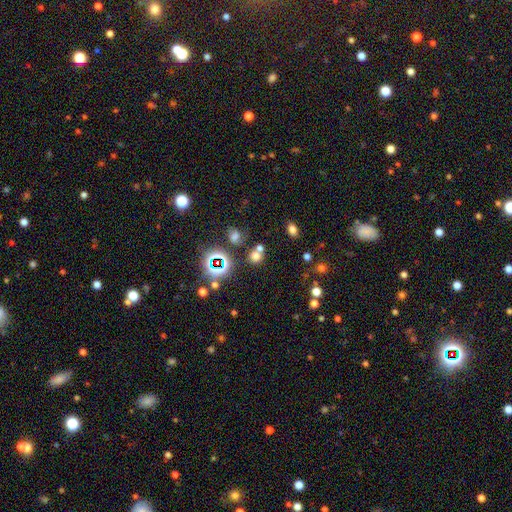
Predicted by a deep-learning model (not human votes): Smooth or featured? Predicted: smooth (p=0.60). How rounded? Predicted: round (p=0.77). Merging? Predicted: none (p=0.58).